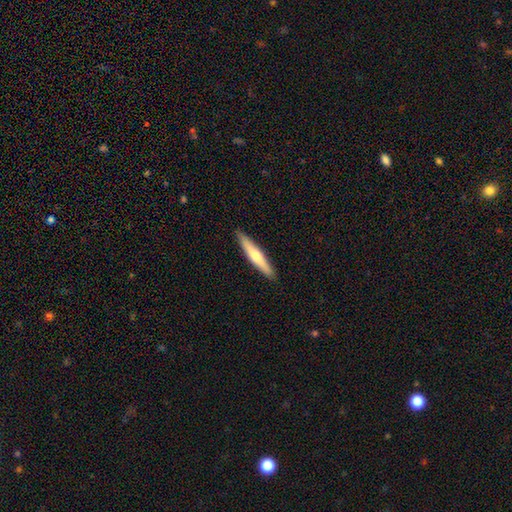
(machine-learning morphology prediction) Q: Smooth or featured?
A: smooth (50%); runner-up: featured or disk (45%)
Q: How rounded?
A: cigar-shaped (89%); runner-up: in between (10%)
Q: Merging?
A: none (90%); runner-up: minor disturbance (8%)